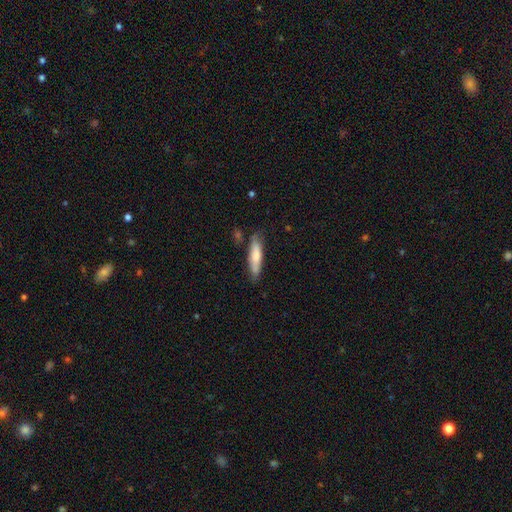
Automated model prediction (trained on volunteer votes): The model was most divided on "smooth or featured": smooth: 73%, featured or disk: 22%, star or artifact: 6%. More confident: merging — none (75%); how rounded — cigar-shaped (75%).